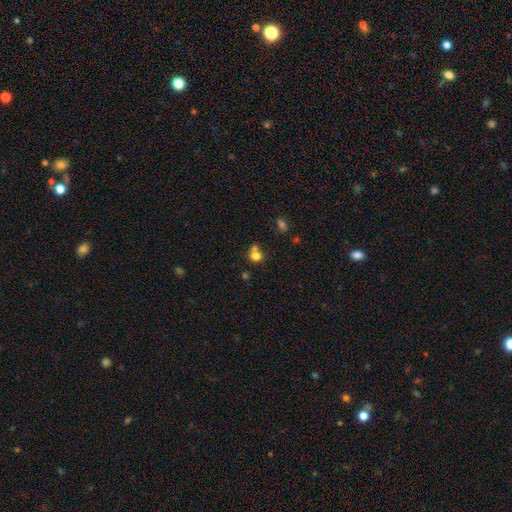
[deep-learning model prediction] A smooth galaxy with no disk features (77%) that is round (77%). Merging: none (48%).